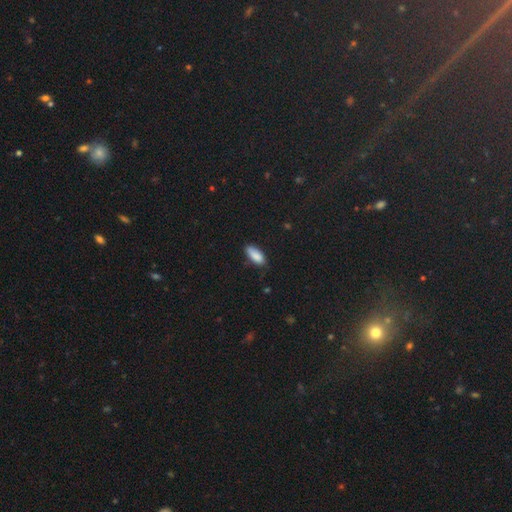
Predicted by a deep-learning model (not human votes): This appears to be a smooth galaxy with no disk features (87%) that is in between round and cigar-shaped (82%). Merging: none (71%).